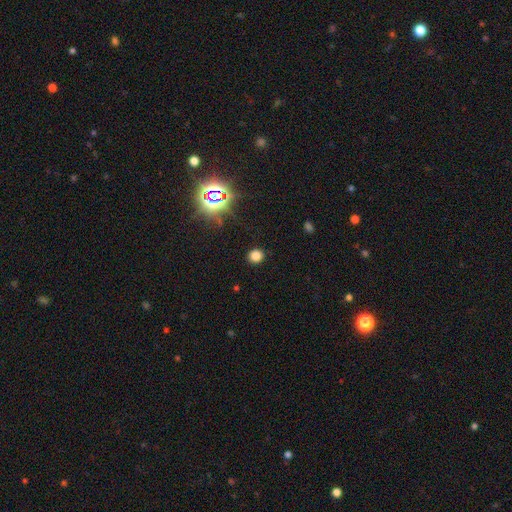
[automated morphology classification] smooth-or-featured: smooth: 77% | star or artifact: 18% | featured or disk: 5%
  how-rounded: round: 84% | in between: 15% | cigar-shaped: 1%
  merging: none: 90% | minor disturbance: 6% | major disturbance: 2% | merger: 1%